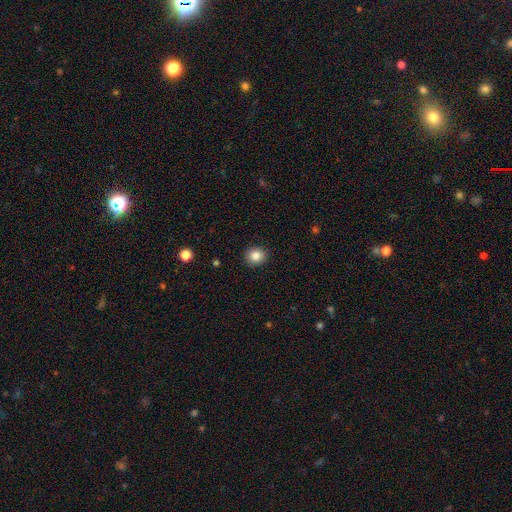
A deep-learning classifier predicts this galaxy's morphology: smooth 85%, star or artifact 10%, featured or disk 6%. Down the decision tree: how rounded — round (85%); merging — none (91%).